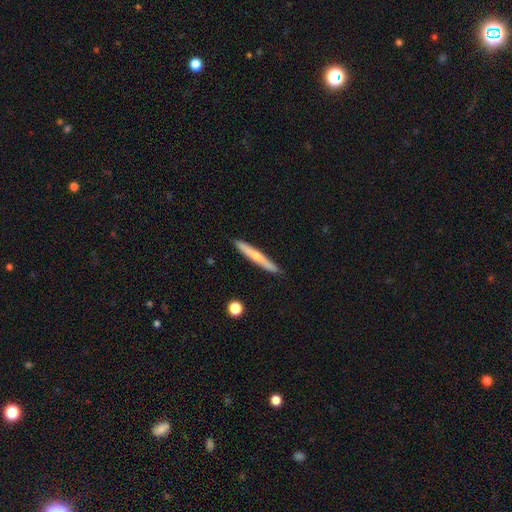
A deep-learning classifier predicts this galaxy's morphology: A smooth galaxy with no disk features (53%) that is cigar-shaped (96%). Merging: none (90%).